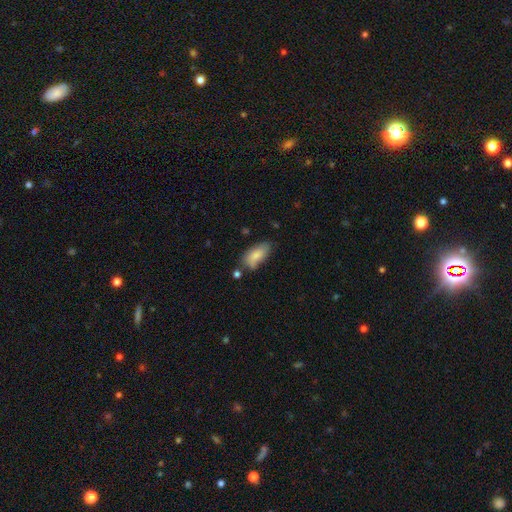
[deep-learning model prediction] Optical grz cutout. It shows a smooth galaxy with no disk features (81%) that is in between round and cigar-shaped (90%). Merging: none (62%).